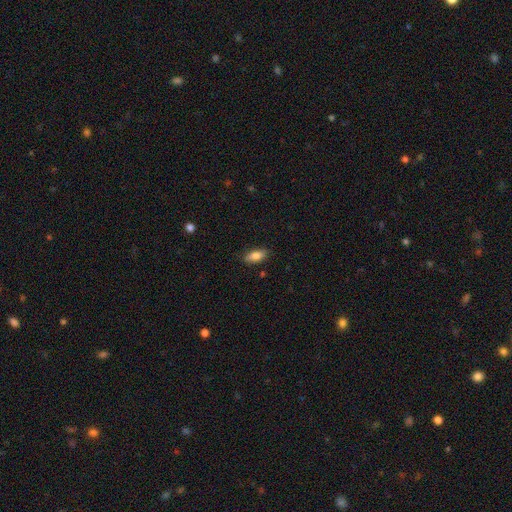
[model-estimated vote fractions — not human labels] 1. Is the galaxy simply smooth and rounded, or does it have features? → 83% smooth, 10% featured or disk, 7% star or artifact.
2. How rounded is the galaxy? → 82% in between, 15% cigar-shaped, 3% round.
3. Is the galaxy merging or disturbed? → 85% none, 11% minor disturbance, 2% major disturbance, 1% merger.